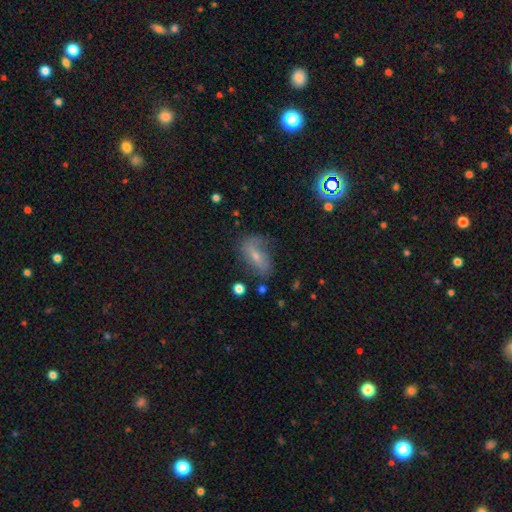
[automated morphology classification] The model was most divided on "smooth or featured": featured or disk: 50%, smooth: 33%, star or artifact: 17%. More confident: edge-on disk — no (87%); merging — none (57%).